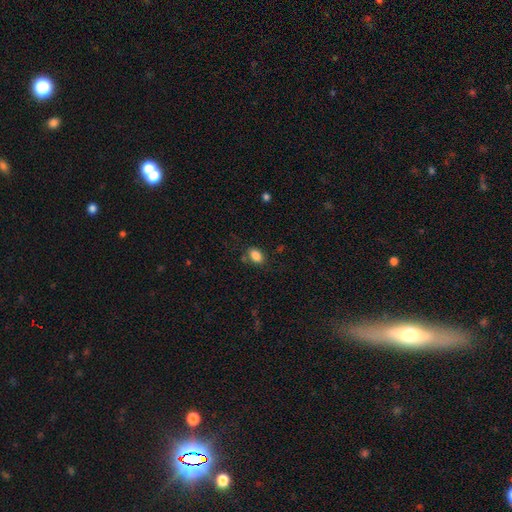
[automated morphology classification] smooth_or_featured: smooth (p=0.85) [alt: star or artifact p=0.09]
how_rounded: in between (p=0.82) [alt: round p=0.16]
merging: none (p=0.77) [alt: minor disturbance p=0.15]